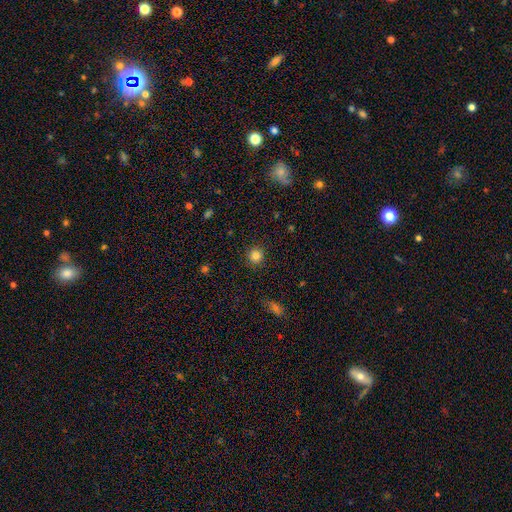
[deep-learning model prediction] The model was most divided on "smooth or featured": smooth: 84%, star or artifact: 12%, featured or disk: 5%. More confident: how rounded — round (92%); merging — none (90%).